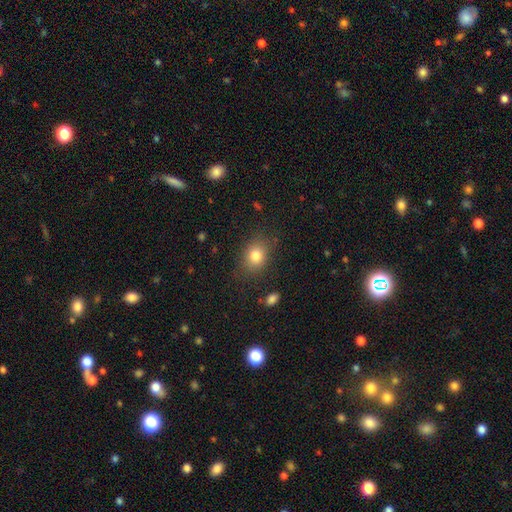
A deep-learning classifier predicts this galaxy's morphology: type=smooth (81%); roundness=in between (56%); merging=none (81%).